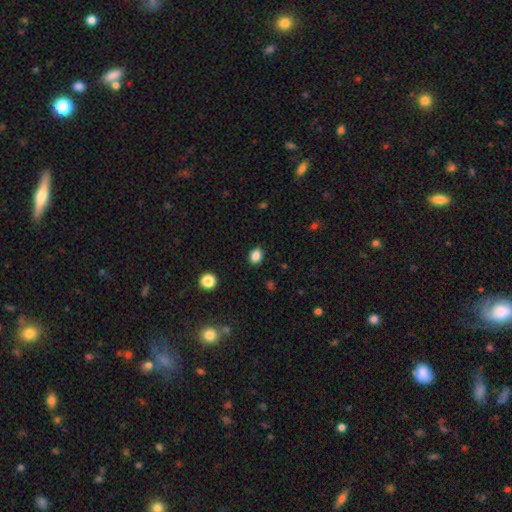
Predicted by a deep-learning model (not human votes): This appears to be a smooth galaxy with no disk features (87%) that is in between round and cigar-shaped (62%). Merging: none (88%).